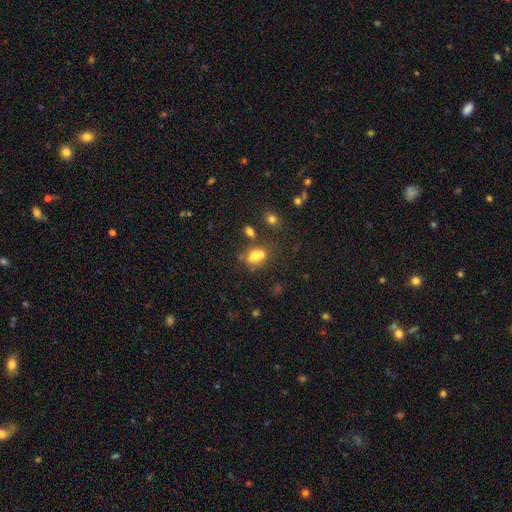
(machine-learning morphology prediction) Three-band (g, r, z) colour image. It shows a smooth galaxy with no disk features (65%) that is in between round and cigar-shaped (50%). Merging: merger (45%).